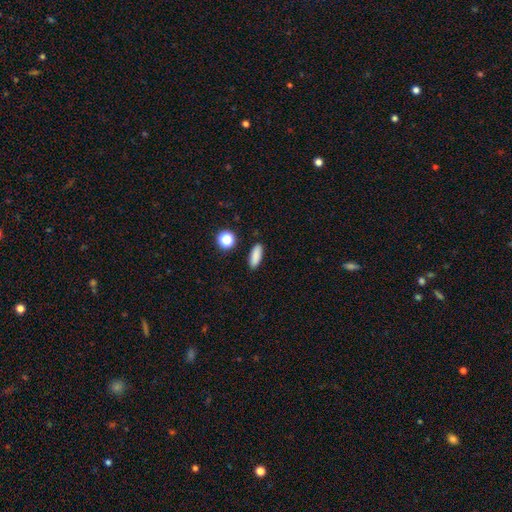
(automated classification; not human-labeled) This is clearly a smooth galaxy (86%). How rounded: likely in between (64%). Merging: clearly none (89%).